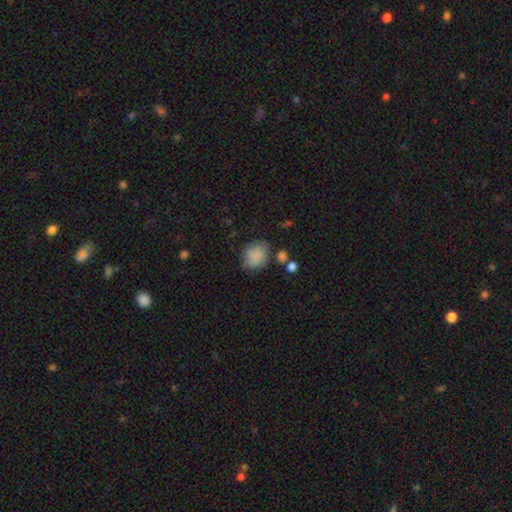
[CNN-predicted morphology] Smooth or featured: smooth — 83% (star or artifact — 9%)
How rounded: round — 50% (in between — 49%)
Merging: none — 64% (minor disturbance — 24%)